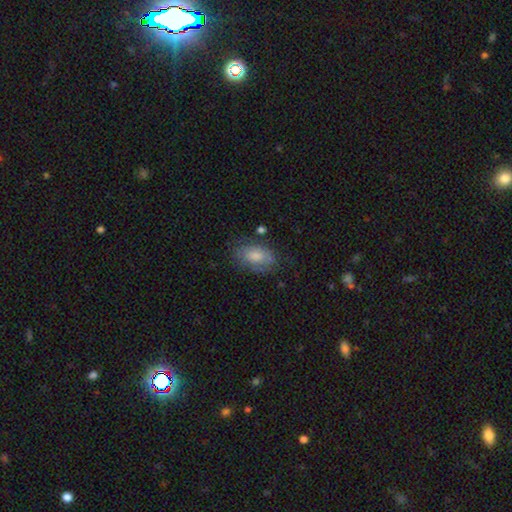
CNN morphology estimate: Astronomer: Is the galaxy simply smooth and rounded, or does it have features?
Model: smooth — 65%.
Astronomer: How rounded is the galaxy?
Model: in between — 88%.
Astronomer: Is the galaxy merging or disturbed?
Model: none — 68%.